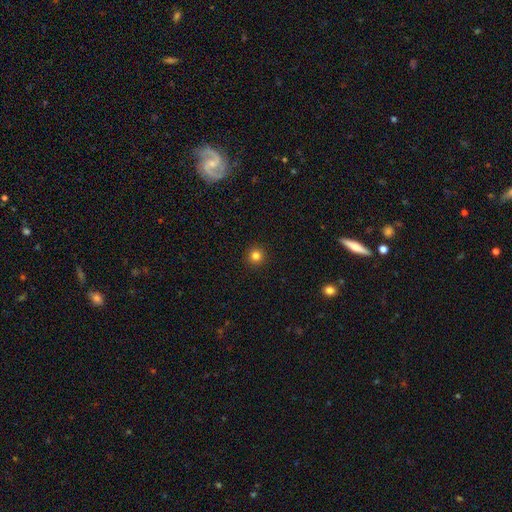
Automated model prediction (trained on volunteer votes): This appears to be a smooth galaxy with no disk features (82%) that is round (95%). Merging: none (93%).